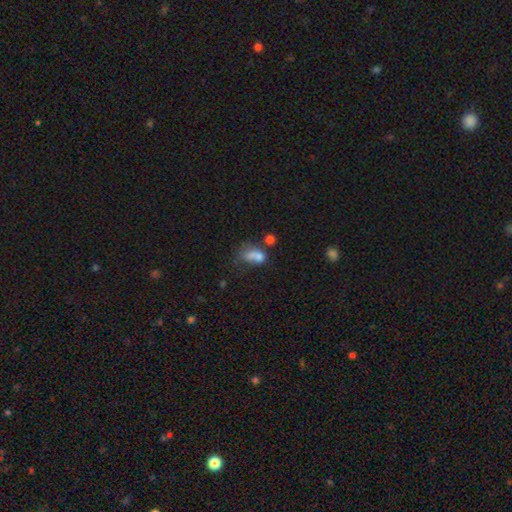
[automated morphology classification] Smooth or featured? smooth (69%)
How rounded? in between (76%)
Merging? merger (34%)